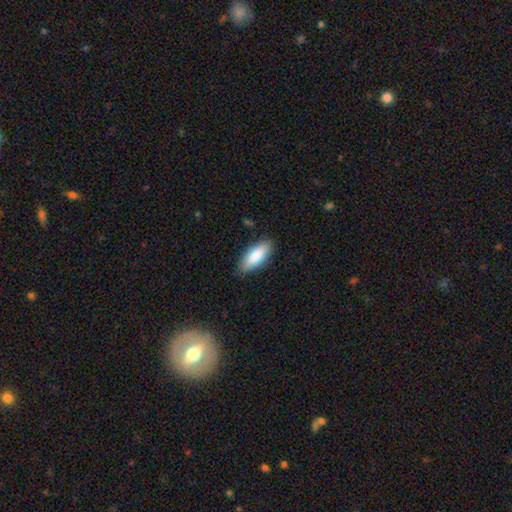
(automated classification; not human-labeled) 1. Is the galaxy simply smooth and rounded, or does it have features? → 85% smooth, 10% featured or disk, 6% star or artifact.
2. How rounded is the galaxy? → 81% in between, 17% cigar-shaped, 2% round.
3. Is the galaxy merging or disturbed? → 85% none, 12% minor disturbance, 2% major disturbance, 1% merger.